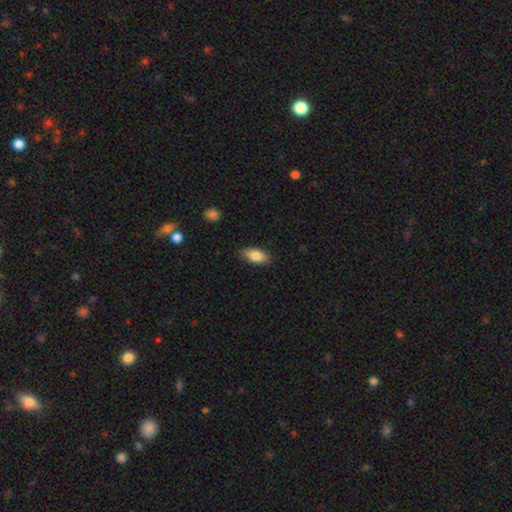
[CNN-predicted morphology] Smooth or featured? Predicted: smooth (p=0.81). How rounded? Predicted: in between (p=0.87). Merging? Predicted: none (p=0.87).